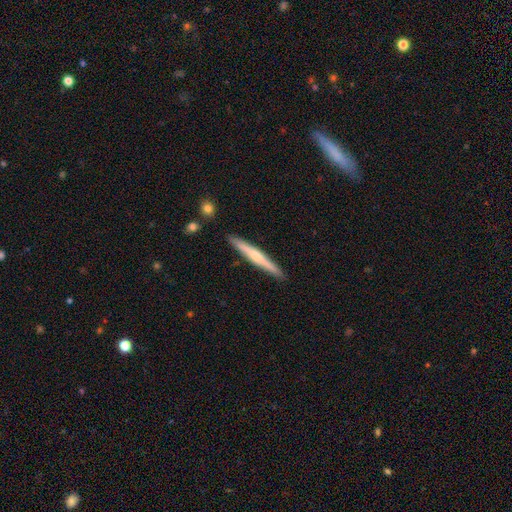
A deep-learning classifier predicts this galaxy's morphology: smooth_or_featured: featured or disk (p=0.57) [alt: smooth p=0.38]
disk_edge_on: yes (p=0.97) [alt: no p=0.03]
edge_on_bulge: rounded (p=0.70) [alt: none p=0.25]
merging: none (p=0.90) [alt: minor disturbance p=0.07]